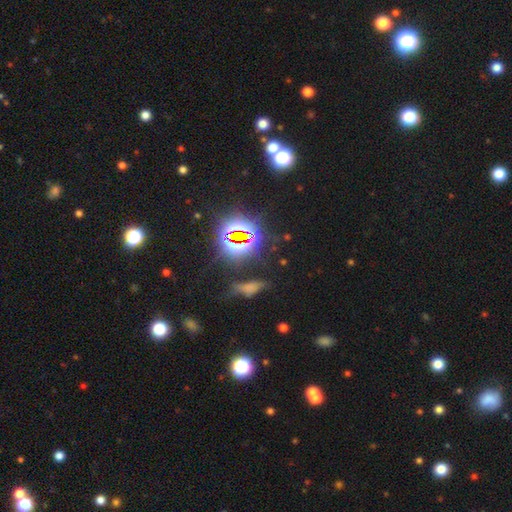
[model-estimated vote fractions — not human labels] smooth_or_featured: star or artifact (p=0.83) [alt: smooth p=0.11]